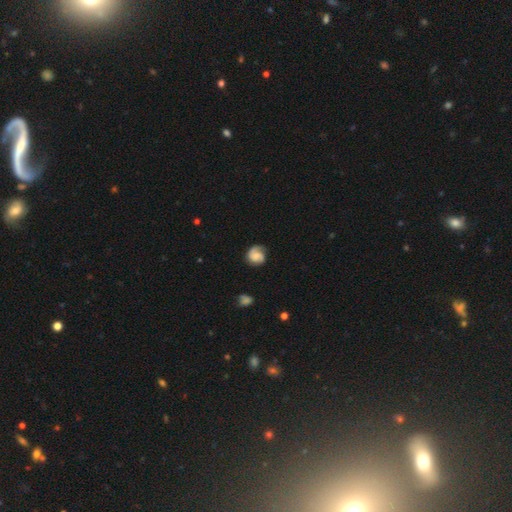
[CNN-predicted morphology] smooth_or_featured: featured or disk (p=0.60) [alt: smooth p=0.33]
disk_edge_on: no (p=0.98) [alt: yes p=0.02]
bar: no (p=0.64) [alt: weak p=0.31]
has_spiral_arms: yes (p=0.92) [alt: no p=0.08]
spiral_winding: tight (p=0.41) [alt: medium p=0.39]
spiral_arm_count: 2 (p=0.48) [alt: 1 p=0.40]
bulge_size: small (p=0.41) [alt: moderate p=0.31]
merging: none (p=0.65) [alt: minor disturbance p=0.23]